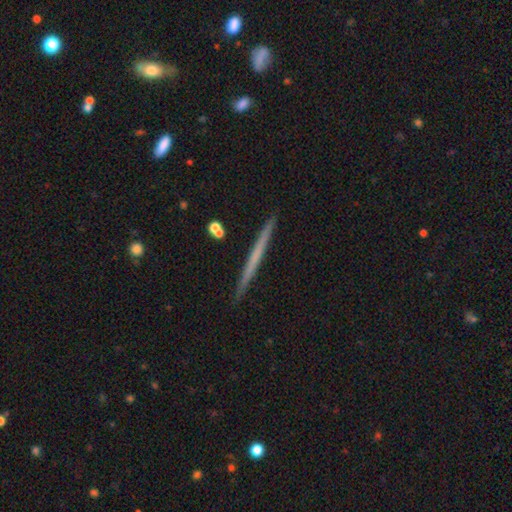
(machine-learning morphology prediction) This is possibly a featured or disk galaxy (51%). It is clearly viewed edge-on (98%). Merging: clearly none (92%).